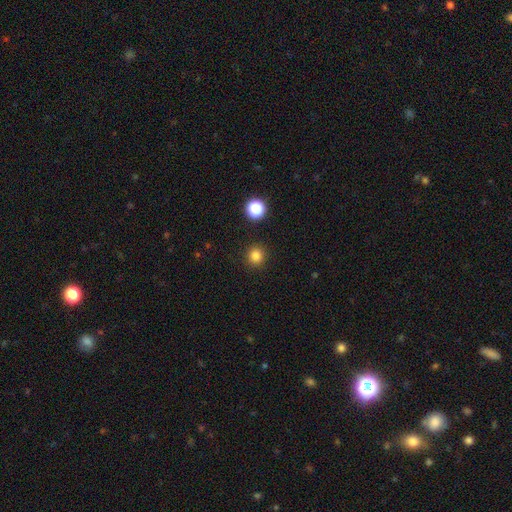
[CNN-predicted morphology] Smooth or featured: smooth — 82% (star or artifact — 14%)
How rounded: round — 93% (in between — 6%)
Merging: none — 91% (minor disturbance — 5%)